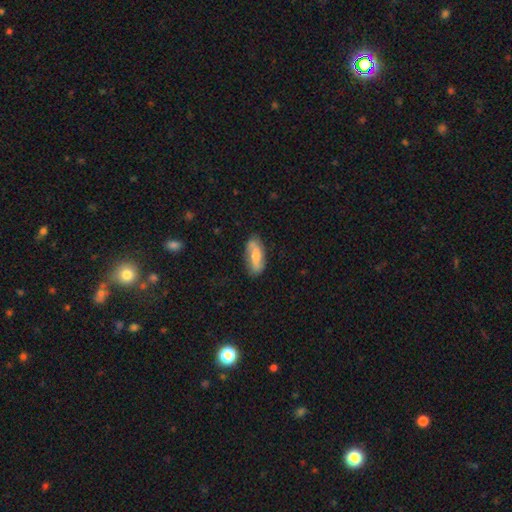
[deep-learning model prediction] Morphology: type=featured or disk (48%); merging=none (77%).